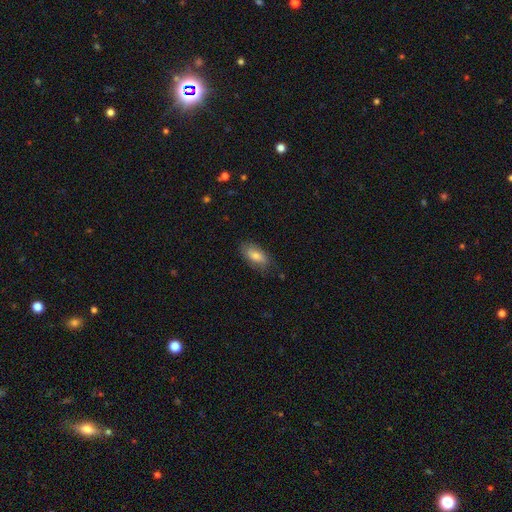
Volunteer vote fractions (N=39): smooth 85%, featured or disk 8%, star or artifact 8%. Down the decision tree: how rounded — in between (85%); merging — none (69%).